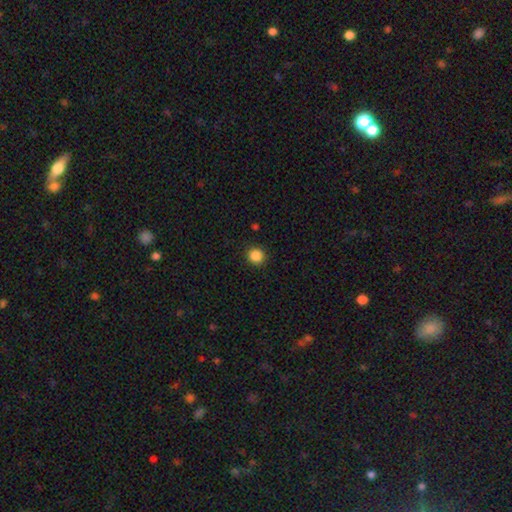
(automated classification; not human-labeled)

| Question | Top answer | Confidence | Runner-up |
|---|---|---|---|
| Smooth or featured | smooth | 86% | star or artifact (11%) |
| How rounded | round | 92% | in between (7%) |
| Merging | none | 91% | minor disturbance (6%) |